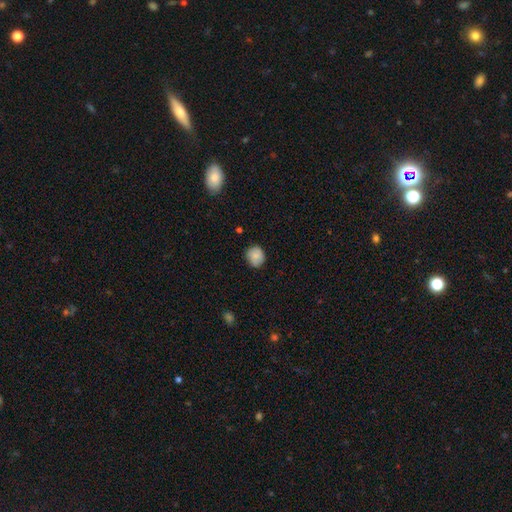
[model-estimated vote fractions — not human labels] smooth-or-featured: smooth: 82% | featured or disk: 10% | star or artifact: 8%
  how-rounded: round: 80% | in between: 19% | cigar-shaped: 1%
  merging: none: 79% | minor disturbance: 17% | major disturbance: 3% | merger: 1%